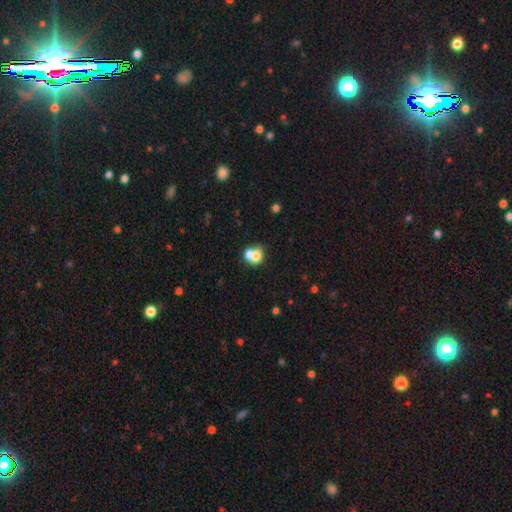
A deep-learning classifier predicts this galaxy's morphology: The model was most divided on "how rounded": round: 62%, in between: 37%, cigar-shaped: 1%. More confident: smooth or featured — smooth (68%); merging — merger (61%).